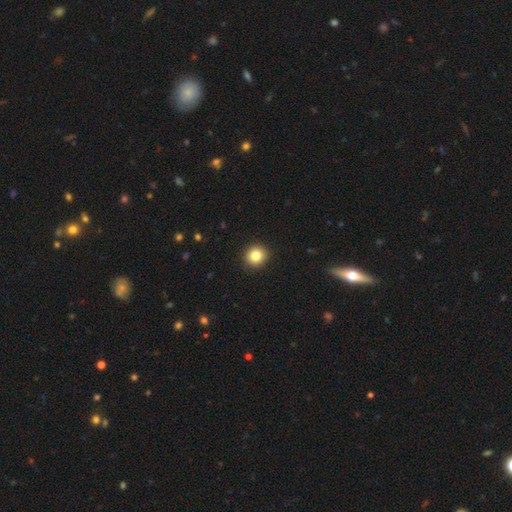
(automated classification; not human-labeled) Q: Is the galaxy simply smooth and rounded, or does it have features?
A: smooth — 83%.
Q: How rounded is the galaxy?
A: round — 90%.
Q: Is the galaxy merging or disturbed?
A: none — 93%.